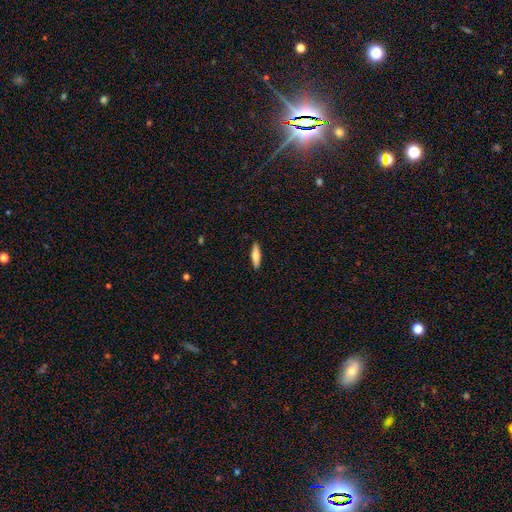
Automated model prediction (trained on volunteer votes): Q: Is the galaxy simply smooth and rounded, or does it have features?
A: smooth — 75%.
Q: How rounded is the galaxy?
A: cigar-shaped — 63%.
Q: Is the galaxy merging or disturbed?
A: none — 89%.